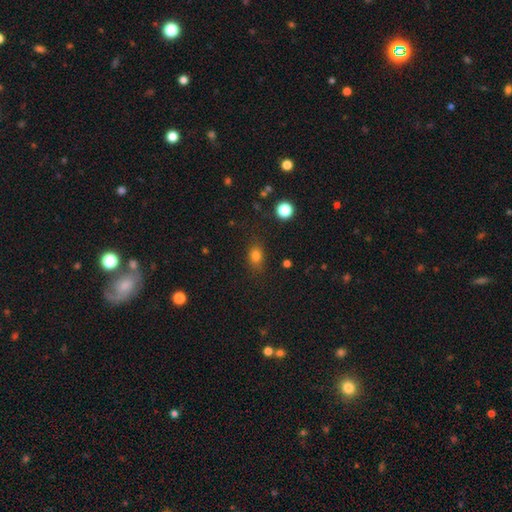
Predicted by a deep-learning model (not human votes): A smooth galaxy with no disk features (80%) that is in between round and cigar-shaped (66%).

Vote fractions:
- Smooth or featured? smooth: 80% / star or artifact: 13% / featured or disk: 7%
- How rounded? in between: 66% / round: 32% / cigar-shaped: 2%
- Merging? none: 80% / minor disturbance: 14% / major disturbance: 5% / merger: 2%